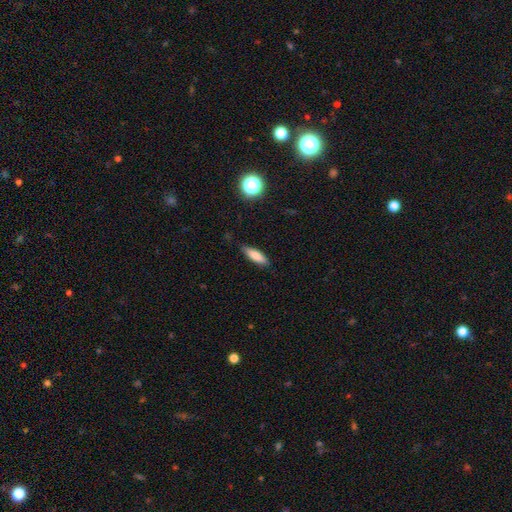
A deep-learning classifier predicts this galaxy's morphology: Smooth or featured: smooth — 80% (featured or disk — 12%)
How rounded: cigar-shaped — 49% (tied with in between — 49%)
Merging: none — 83% (minor disturbance — 13%)